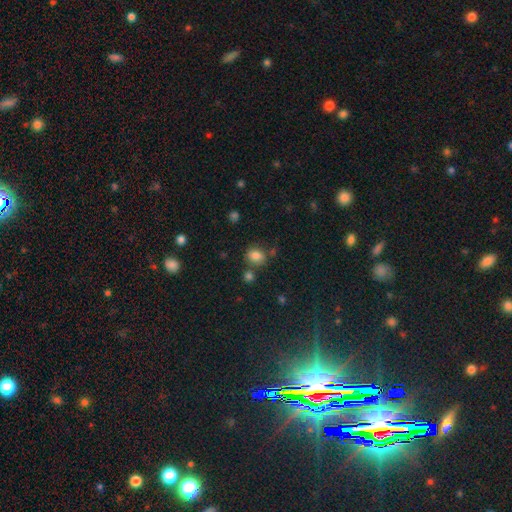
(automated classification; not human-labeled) Q: Smooth or featured?
A: smooth (81%); runner-up: star or artifact (13%)
Q: How rounded?
A: in between (50%); runner-up: round (49%)
Q: Merging?
A: none (69%); runner-up: minor disturbance (13%)